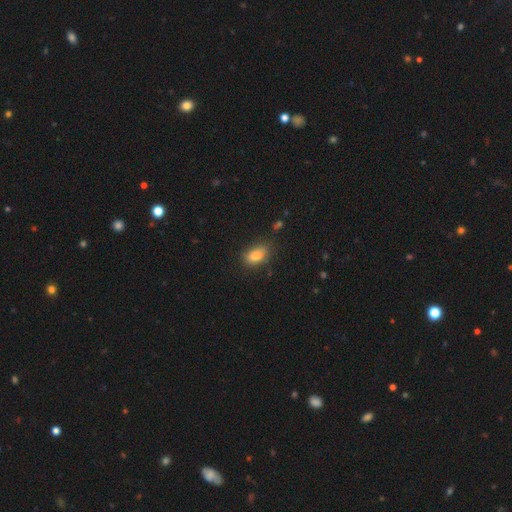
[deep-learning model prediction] smooth_or_featured: smooth (p=0.84) [alt: star or artifact p=0.09]
how_rounded: in between (p=0.87) [alt: round p=0.09]
merging: none (p=0.75) [alt: minor disturbance p=0.19]